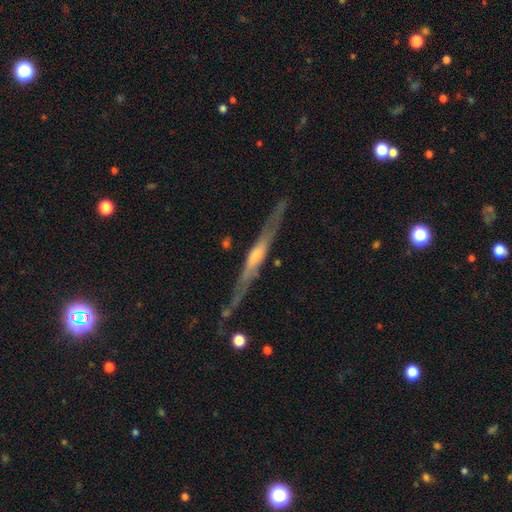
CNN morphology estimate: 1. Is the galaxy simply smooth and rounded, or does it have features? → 75% featured or disk, 19% smooth, 6% star or artifact.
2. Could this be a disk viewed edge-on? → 94% yes, 6% no.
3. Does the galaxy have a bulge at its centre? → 57% rounded, 29% none, 14% boxy.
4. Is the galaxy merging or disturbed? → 77% none, 16% minor disturbance, 4% major disturbance, 3% merger.